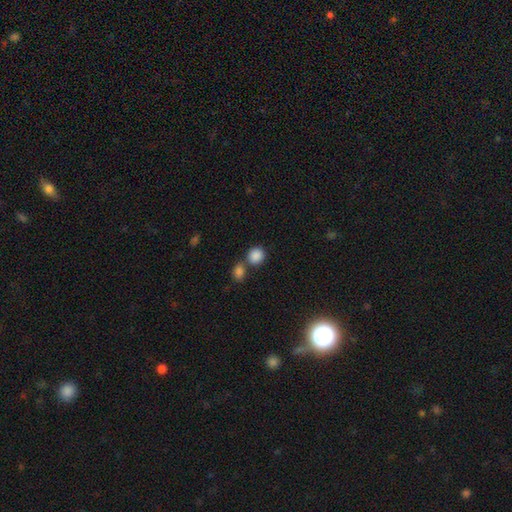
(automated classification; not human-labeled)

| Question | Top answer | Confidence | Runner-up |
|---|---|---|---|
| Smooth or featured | smooth | 86% | star or artifact (9%) |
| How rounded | round | 83% | in between (16%) |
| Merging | none | 56% | merger (32%) |